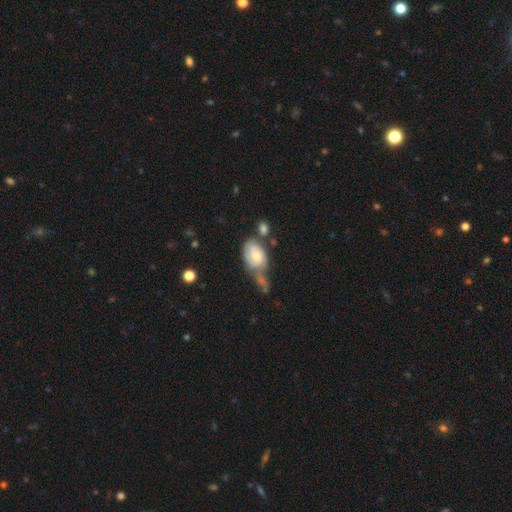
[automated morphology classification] Smooth or featured: smooth — 48% (featured or disk — 44%)
Merging: merger — 33% (none — 28%)